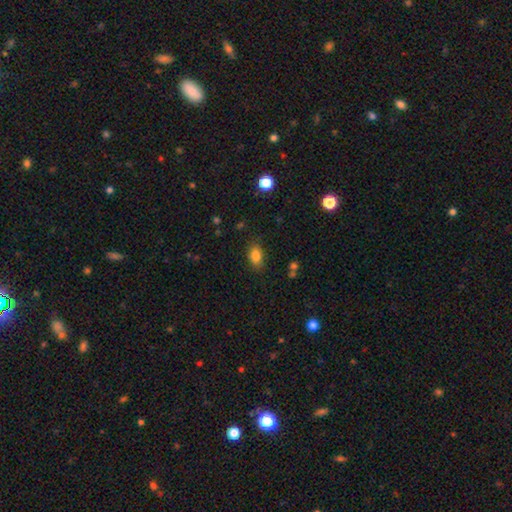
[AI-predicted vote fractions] This is clearly a smooth galaxy (83%). How rounded: clearly in between (82%). Merging: clearly none (81%).